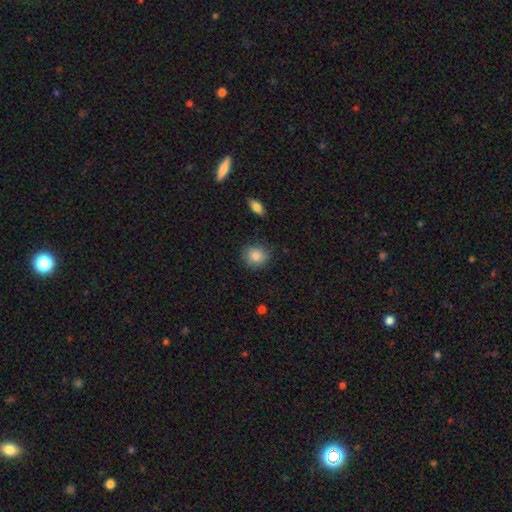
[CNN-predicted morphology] smooth 87%, star or artifact 8%, featured or disk 5%. Down the decision tree: how rounded — round (81%); merging — none (84%).